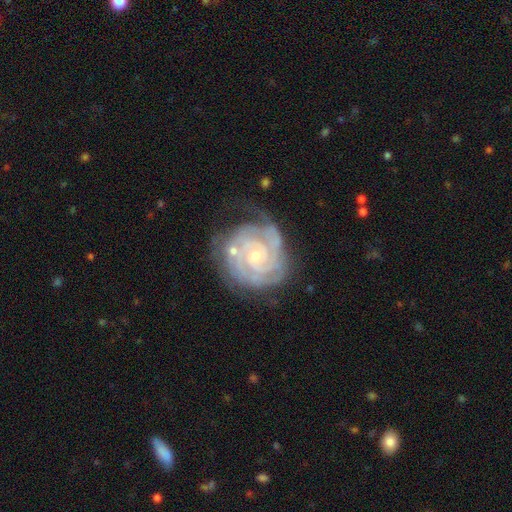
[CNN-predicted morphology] Smooth or featured? featured or disk (90%)
Edge-on disk? no (98%)
Bar? no (70%)
Spiral arms? yes (98%)
Spiral winding? tight (83%)
Spiral arm count? 3 (27%)
Bulge size? small (64%)
Merging? none (61%)